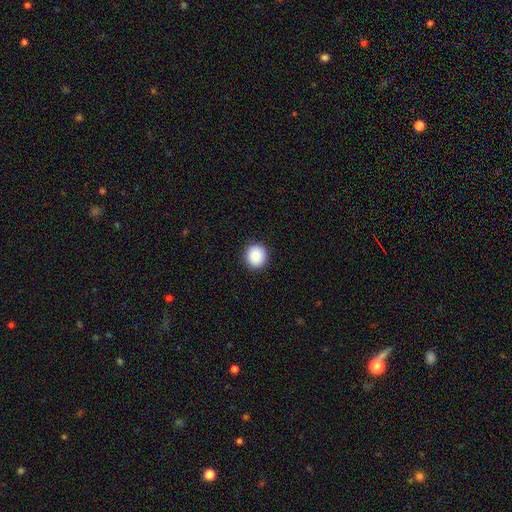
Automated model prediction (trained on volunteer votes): The model was most divided on "how rounded": round: 90%, in between: 9%, cigar-shaped: 1%. More confident: merging — none (92%); smooth or featured — smooth (89%).